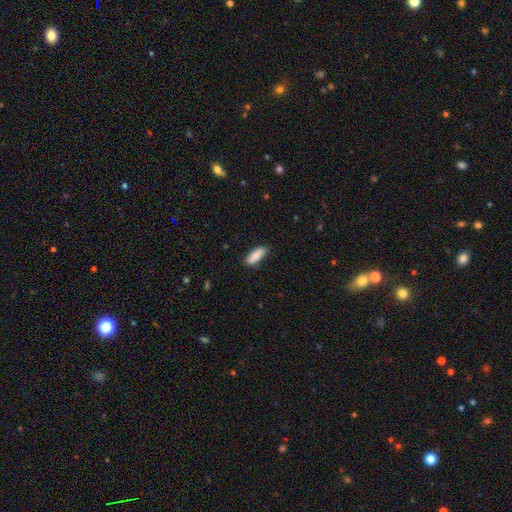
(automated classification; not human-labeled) A smooth galaxy with no disk features (85%) that is in between round and cigar-shaped (69%). Merging: none (81%).